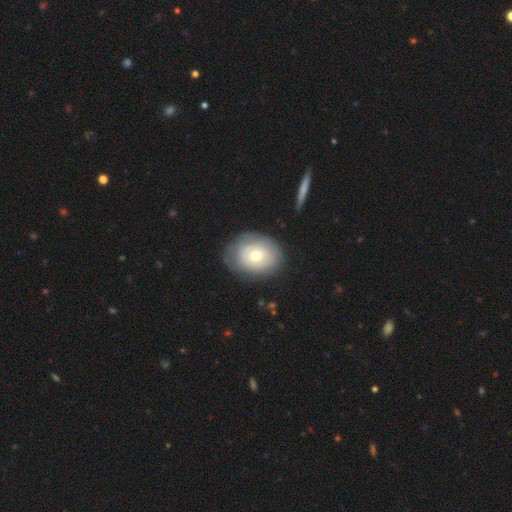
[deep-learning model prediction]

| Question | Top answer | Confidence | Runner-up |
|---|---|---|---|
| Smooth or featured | featured or disk | 49% | smooth (44%) |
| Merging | none | 72% | minor disturbance (19%) |